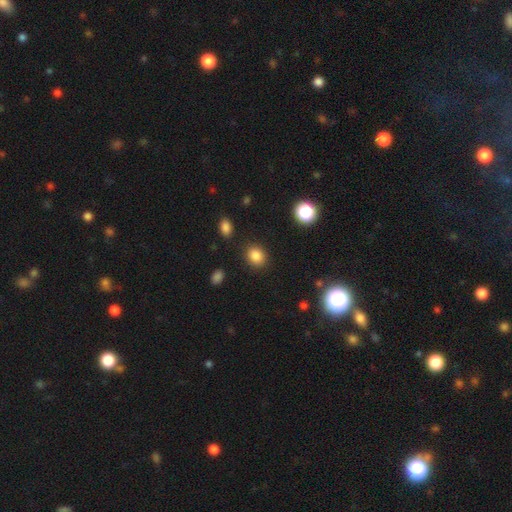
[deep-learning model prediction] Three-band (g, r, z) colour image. It shows a smooth galaxy with no disk features (85%) that is round (61%). Merging: none (88%).